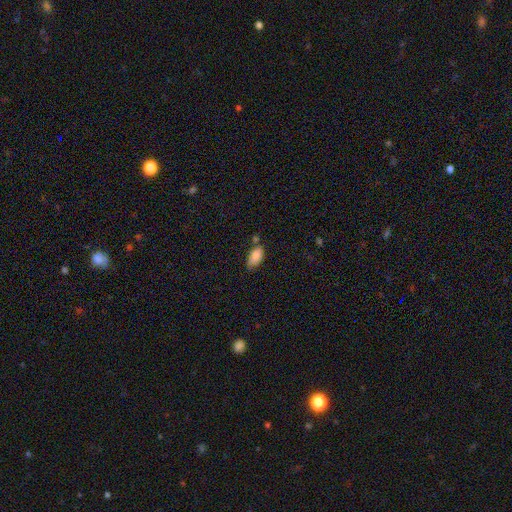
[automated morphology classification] Smooth or featured? Predicted: smooth (p=0.85). How rounded? Predicted: in between (p=0.92). Merging? Predicted: none (p=0.59).